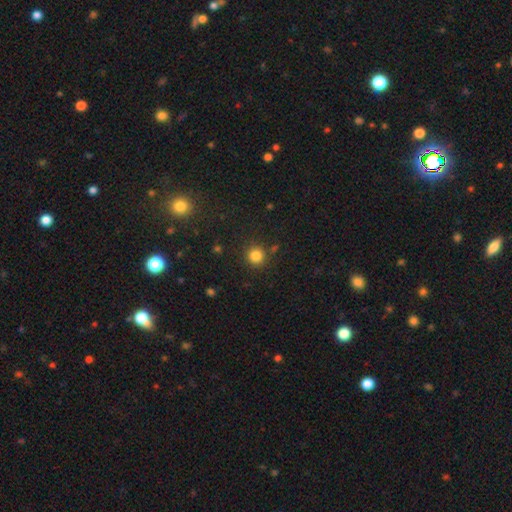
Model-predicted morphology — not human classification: This appears to be a smooth galaxy with no disk features (83%) that is round (94%). Merging: none (87%).